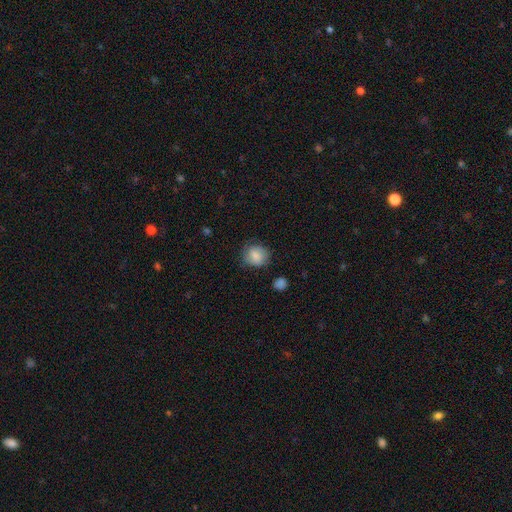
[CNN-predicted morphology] This is likely a smooth galaxy (77%). How rounded: likely round (72%). Merging: likely none (71%).